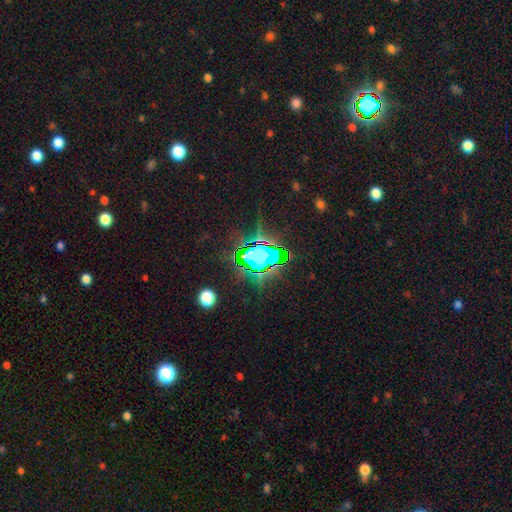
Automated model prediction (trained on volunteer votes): Overall: star or artifact (72%).